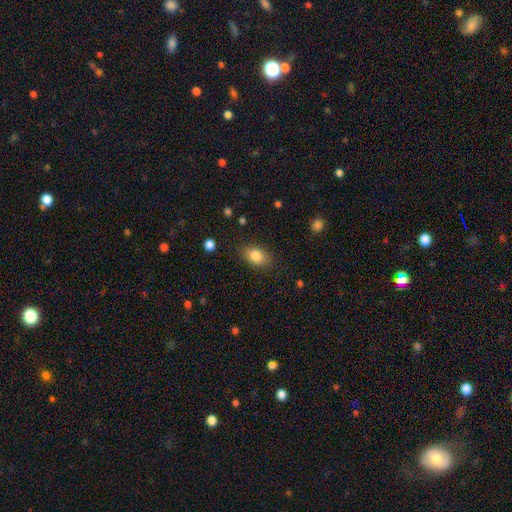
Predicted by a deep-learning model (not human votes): Smooth or featured: smooth — 84% (star or artifact — 9%)
How rounded: in between — 80% (round — 18%)
Merging: none — 84% (minor disturbance — 12%)